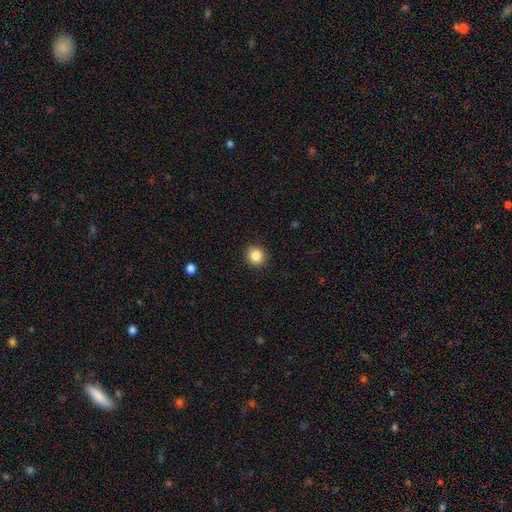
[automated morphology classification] This appears to be a smooth galaxy with no disk features (85%) that is round (91%). Merging: none (92%).